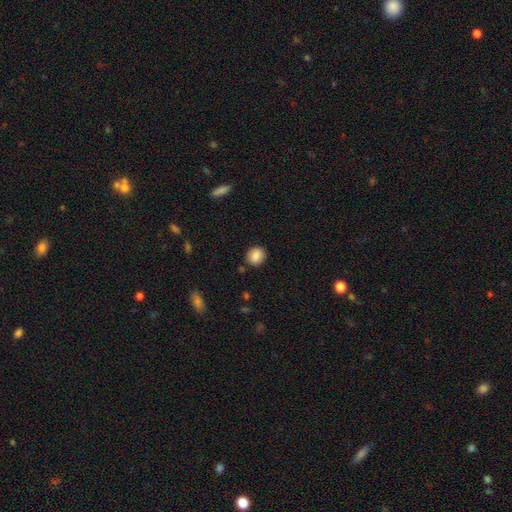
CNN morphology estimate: Overall: smooth (85%). How rounded: round (78%). Merging: none (88%).